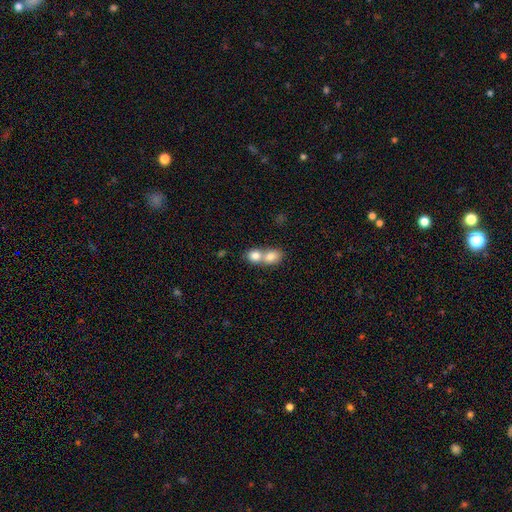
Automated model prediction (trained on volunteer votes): Morphology: type=smooth (79%); roundness=round (58%); merging=merger (71%).